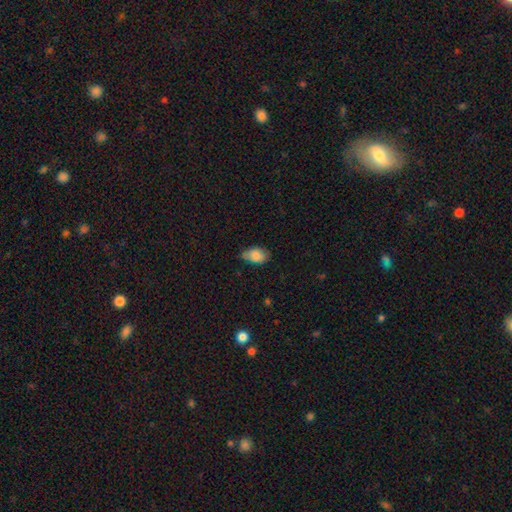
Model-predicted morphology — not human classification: A smooth galaxy with no disk features (83%) that is in between round and cigar-shaped (90%).

Vote fractions:
- Smooth or featured? smooth: 83% / featured or disk: 9% / star or artifact: 8%
- How rounded? in between: 90% / round: 9% / cigar-shaped: 2%
- Merging? none: 56% / minor disturbance: 36% / major disturbance: 6% / merger: 2%